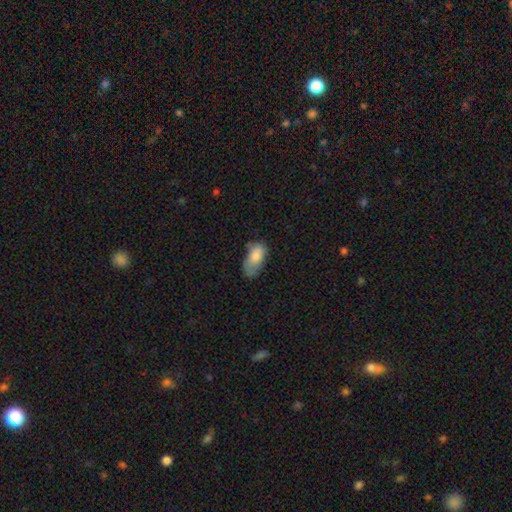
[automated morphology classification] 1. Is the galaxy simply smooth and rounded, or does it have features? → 79% smooth, 13% featured or disk, 7% star or artifact.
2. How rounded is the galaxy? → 91% in between, 5% cigar-shaped, 3% round.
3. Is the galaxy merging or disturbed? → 39% minor disturbance, 38% none, 20% major disturbance, 3% merger.